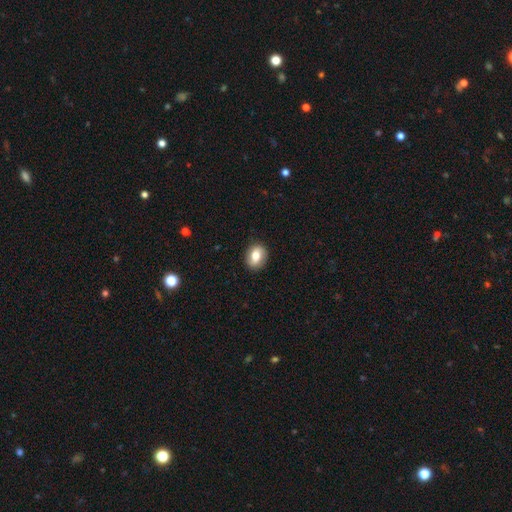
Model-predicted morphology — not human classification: A smooth galaxy with no disk features (68%) that is in between round and cigar-shaped (52%).

Vote fractions:
- Smooth or featured? smooth: 68% / featured or disk: 24% / star or artifact: 8%
- How rounded? in between: 52% / round: 46% / cigar-shaped: 1%
- Merging? none: 87% / minor disturbance: 9% / major disturbance: 2% / merger: 1%